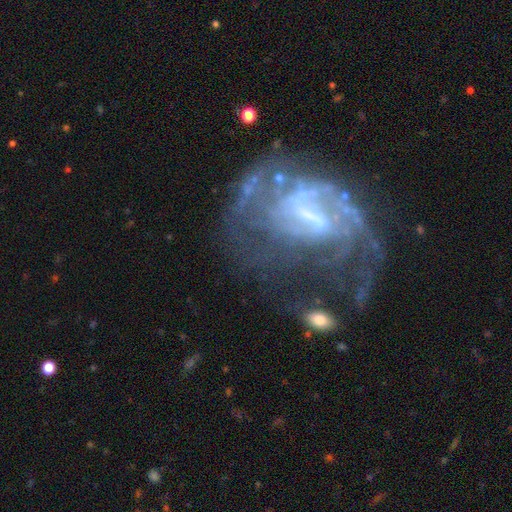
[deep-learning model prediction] Smooth or featured? Predicted: featured or disk (p=0.81). Edge-on disk? Predicted: no (p=0.97). Bar? Predicted: weak (p=0.48). Spiral arms? Predicted: yes (p=0.81). Spiral winding? Predicted: tight (p=0.41). Spiral arm count? Predicted: can't tell (p=0.40). Bulge size? Predicted: small (p=0.45). Merging? Predicted: none (p=0.39).